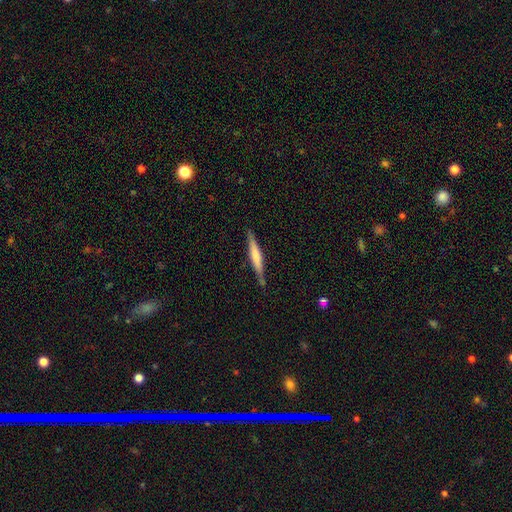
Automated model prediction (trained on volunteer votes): Morphology: type=featured or disk (47%, tied with smooth); merging=none (84%).